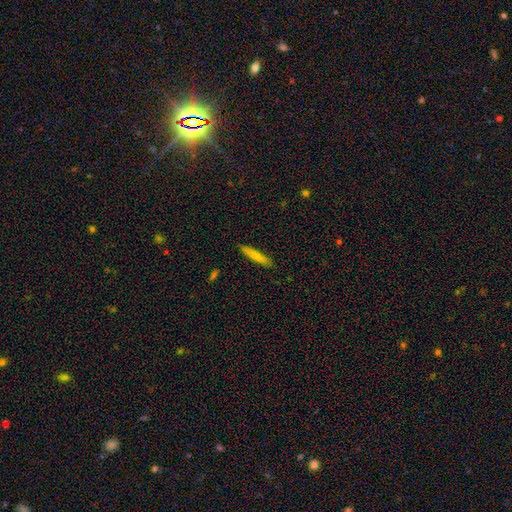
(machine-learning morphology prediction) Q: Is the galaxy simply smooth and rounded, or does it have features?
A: smooth — 80%.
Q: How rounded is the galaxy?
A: cigar-shaped — 90%.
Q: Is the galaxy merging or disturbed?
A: none — 88%.